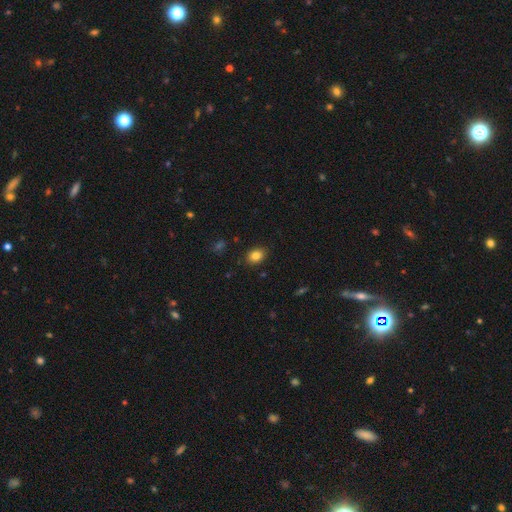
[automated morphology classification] Smooth or featured? Predicted: smooth (p=0.84). How rounded? Predicted: in between (p=0.61). Merging? Predicted: none (p=0.87).